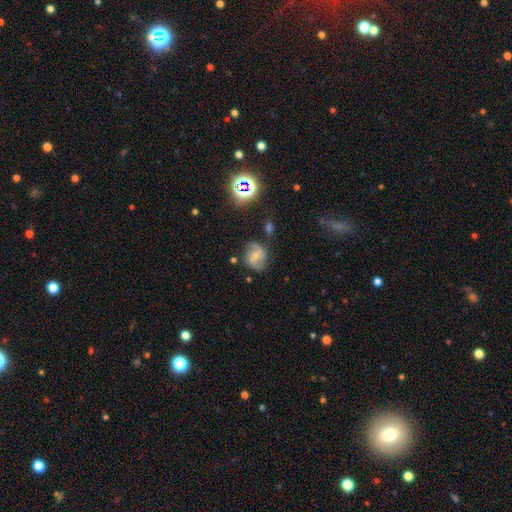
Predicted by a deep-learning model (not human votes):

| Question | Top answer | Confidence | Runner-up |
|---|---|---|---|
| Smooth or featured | featured or disk | 57% | smooth (31%) |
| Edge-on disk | no | 96% | yes (4%) |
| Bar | weak | 44% | no (30%) |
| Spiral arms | yes | 84% | no (16%) |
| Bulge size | small | 52% | moderate (36%) |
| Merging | none | 70% | minor disturbance (20%) |